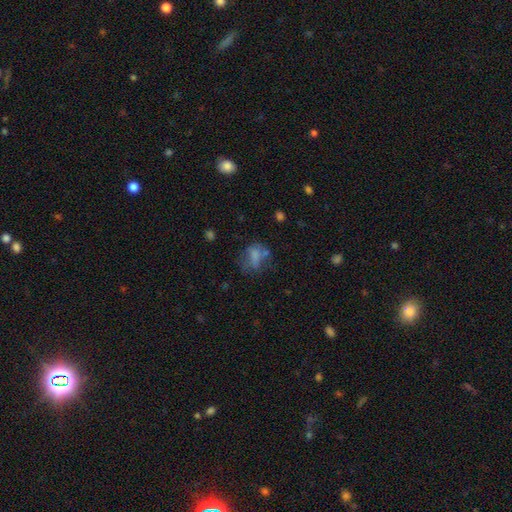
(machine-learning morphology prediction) Smooth or featured: smooth — 61% (featured or disk — 25%)
How rounded: in between — 67% (round — 31%)
Merging: none — 37% (major disturbance — 29%)